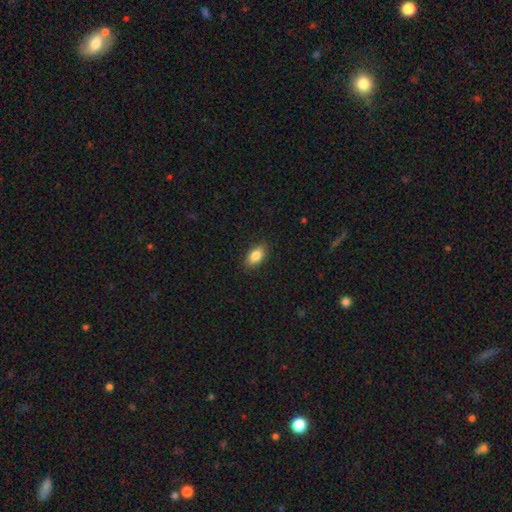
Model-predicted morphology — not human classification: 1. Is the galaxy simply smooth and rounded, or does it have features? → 83% smooth, 10% featured or disk, 7% star or artifact.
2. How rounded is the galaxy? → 90% in between, 5% cigar-shaped, 5% round.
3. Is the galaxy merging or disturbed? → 87% none, 10% minor disturbance, 2% major disturbance, 1% merger.